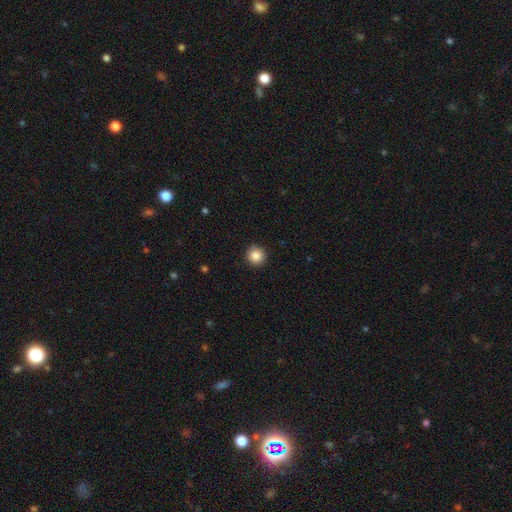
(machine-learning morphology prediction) Overall: smooth (86%). How rounded: round (94%). Merging: none (92%).